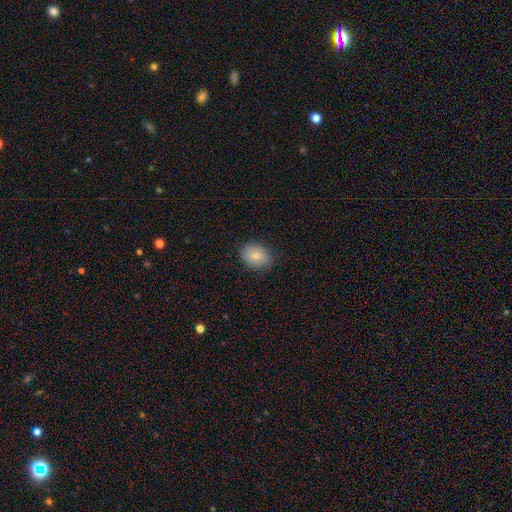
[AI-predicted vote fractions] This is likely a smooth galaxy (77%). How rounded: possibly in between (52%). Merging: clearly none (84%).